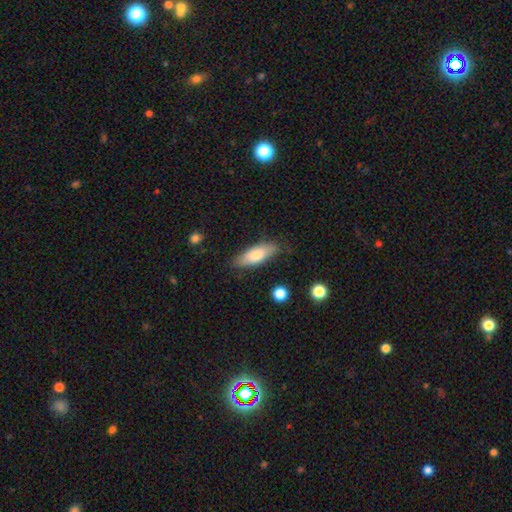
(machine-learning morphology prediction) smooth-or-featured: smooth: 74% | featured or disk: 20% | star or artifact: 6%
  how-rounded: in between: 69% | cigar-shaped: 29% | round: 2%
  merging: none: 80% | minor disturbance: 15% | major disturbance: 3% | merger: 2%